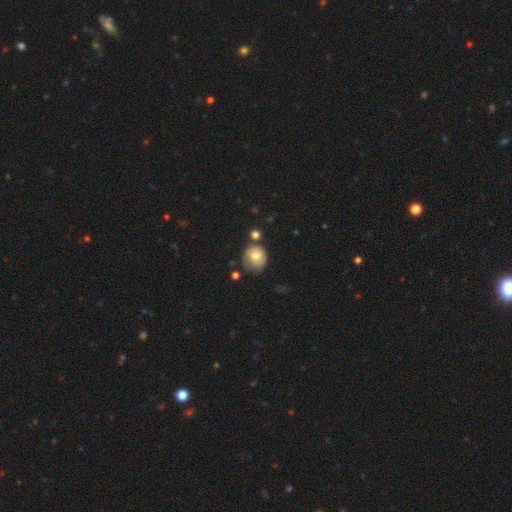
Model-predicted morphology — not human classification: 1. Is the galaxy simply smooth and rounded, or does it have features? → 54% smooth, 38% featured or disk, 8% star or artifact.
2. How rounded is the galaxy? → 79% round, 20% in between, 1% cigar-shaped.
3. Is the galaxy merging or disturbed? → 55% none, 27% minor disturbance, 10% major disturbance, 9% merger.